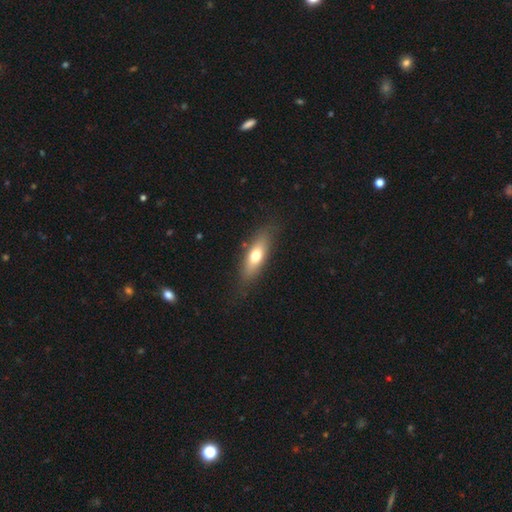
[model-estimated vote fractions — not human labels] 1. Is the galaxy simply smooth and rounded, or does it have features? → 64% smooth, 29% featured or disk, 7% star or artifact.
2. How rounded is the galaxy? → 60% in between, 37% cigar-shaped, 3% round.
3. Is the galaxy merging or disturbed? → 82% none, 13% minor disturbance, 4% major disturbance, 2% merger.